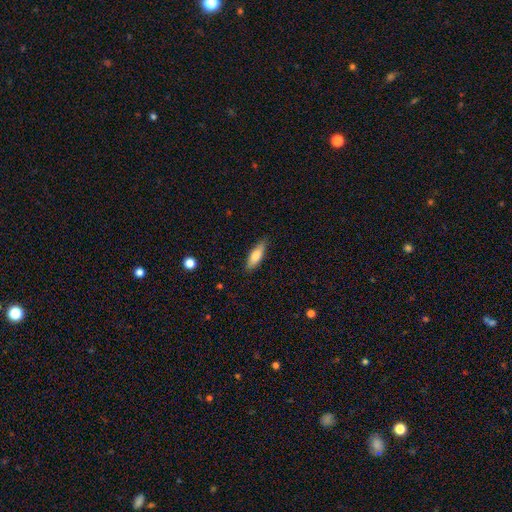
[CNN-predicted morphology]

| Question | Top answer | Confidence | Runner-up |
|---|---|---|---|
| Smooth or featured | smooth | 75% | featured or disk (19%) |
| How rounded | in between | 58% | cigar-shaped (40%) |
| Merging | none | 85% | minor disturbance (11%) |